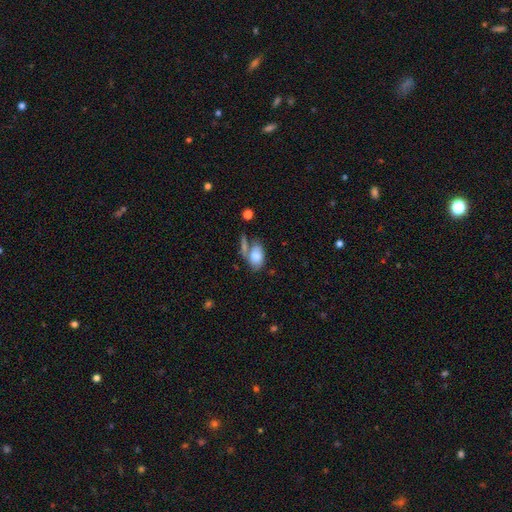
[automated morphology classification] This is likely a smooth galaxy (76%). How rounded: clearly in between (89%). Merging: marginally none (38%).